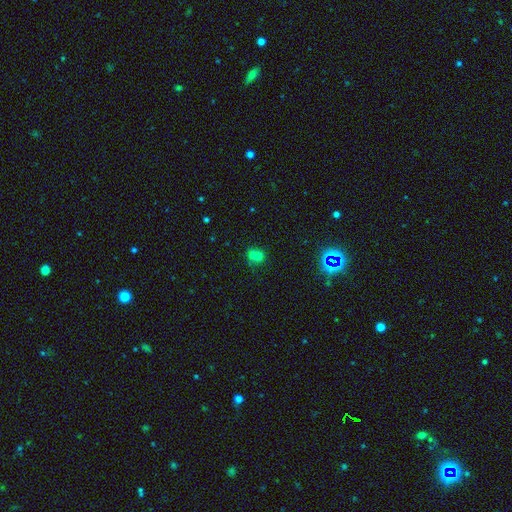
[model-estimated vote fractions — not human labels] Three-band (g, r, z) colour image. It shows a smooth galaxy with no disk features (59%) that is round (77%). Merging: merger (58%).